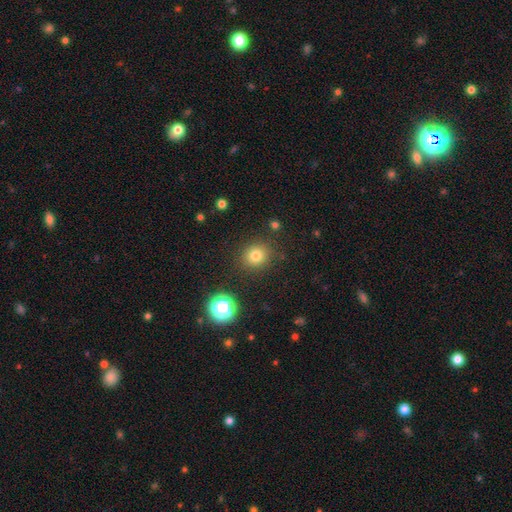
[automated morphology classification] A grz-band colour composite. It shows a smooth galaxy with no disk features (77%) that is round (85%). Merging: none (87%).